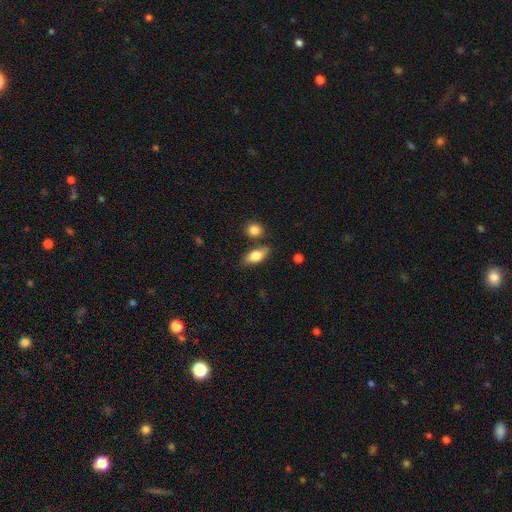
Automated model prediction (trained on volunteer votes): Smooth or featured? smooth (76%)
How rounded? in between (81%)
Merging? none (74%)